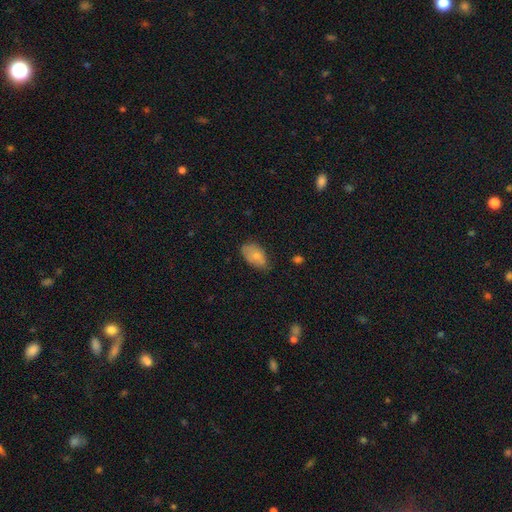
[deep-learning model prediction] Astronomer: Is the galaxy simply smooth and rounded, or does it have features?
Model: smooth — 77%.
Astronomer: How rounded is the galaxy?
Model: in between — 92%.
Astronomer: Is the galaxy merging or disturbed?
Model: none — 59%.